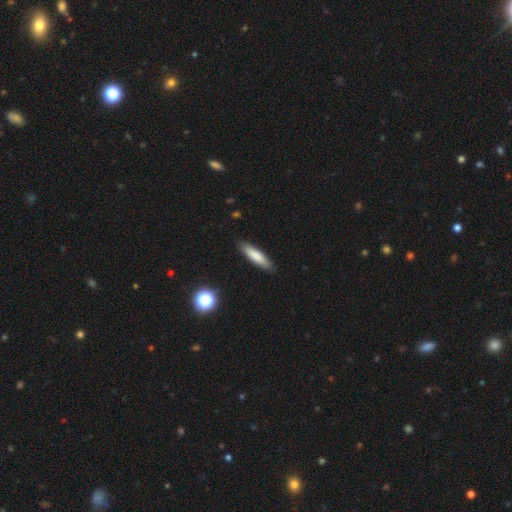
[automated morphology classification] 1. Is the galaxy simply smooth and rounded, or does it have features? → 79% smooth, 15% featured or disk, 6% star or artifact.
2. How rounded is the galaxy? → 72% cigar-shaped, 27% in between, 1% round.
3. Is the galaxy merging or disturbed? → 88% none, 9% minor disturbance, 2% major disturbance, 1% merger.